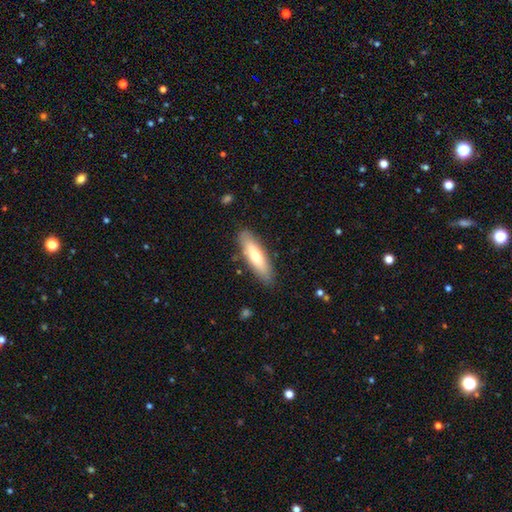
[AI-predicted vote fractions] smooth_or_featured: smooth (p=0.63) [alt: featured or disk p=0.31]
how_rounded: cigar-shaped (p=0.61) [alt: in between p=0.37]
merging: none (p=0.86) [alt: minor disturbance p=0.10]